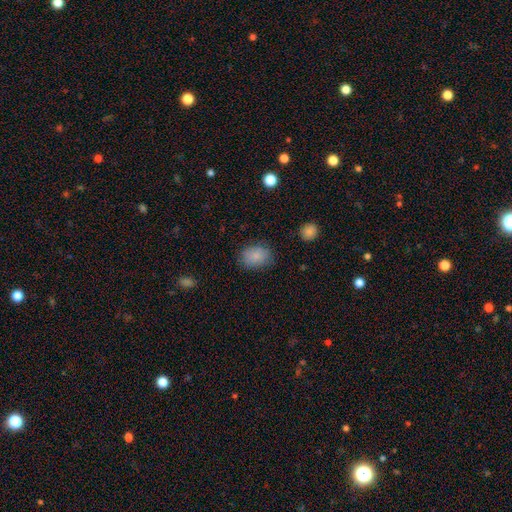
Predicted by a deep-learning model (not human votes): Smooth or featured?
  - smooth: 84% *
  - star or artifact: 9%
  - featured or disk: 7%
How rounded?
  - in between: 65% *
  - round: 34%
  - cigar-shaped: 1%
Merging?
  - none: 80% *
  - minor disturbance: 15%
  - major disturbance: 4%
  - merger: 1%